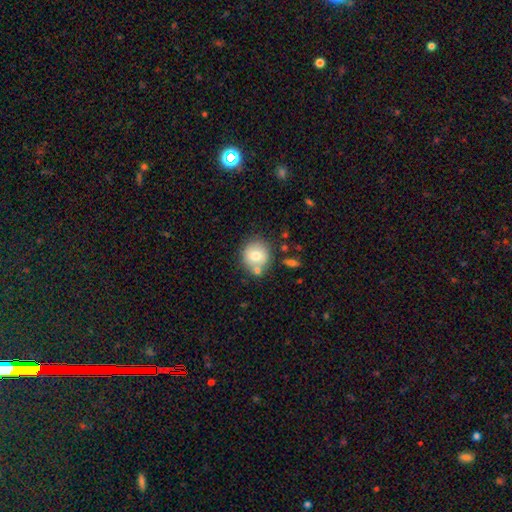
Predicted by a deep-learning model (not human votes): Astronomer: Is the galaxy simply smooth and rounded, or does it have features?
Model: smooth — 74%.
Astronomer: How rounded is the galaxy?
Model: round — 87%.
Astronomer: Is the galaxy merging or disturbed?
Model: none — 68%.